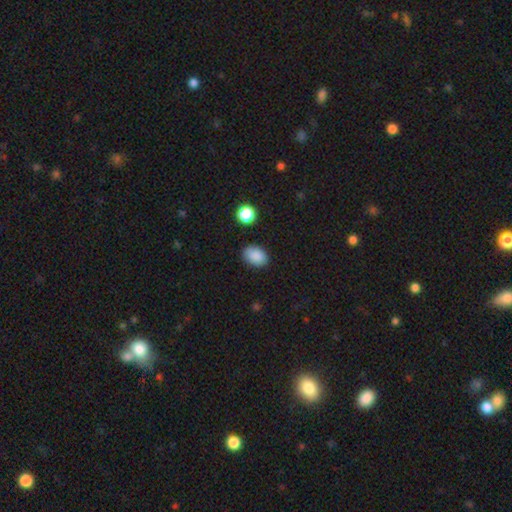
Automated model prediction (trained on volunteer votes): Smooth or featured?
  - smooth: 88% *
  - star or artifact: 8%
  - featured or disk: 4%
How rounded?
  - in between: 80% *
  - round: 18%
  - cigar-shaped: 1%
Merging?
  - none: 86% *
  - minor disturbance: 10%
  - major disturbance: 2%
  - merger: 2%